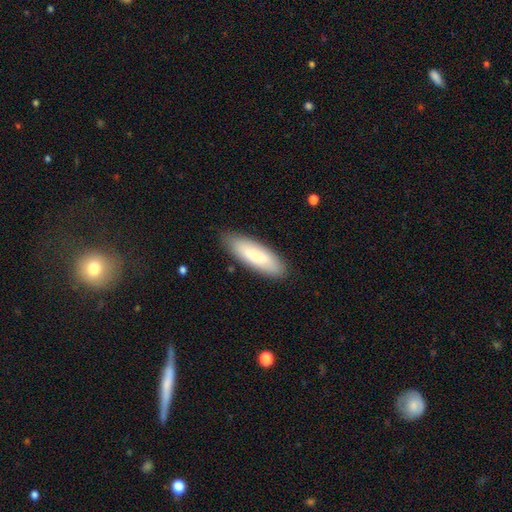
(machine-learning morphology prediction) smooth-or-featured: smooth: 79% | featured or disk: 16% | star or artifact: 6%
  how-rounded: in between: 51% | cigar-shaped: 48% | round: 2%
  merging: none: 86% | minor disturbance: 11% | major disturbance: 2% | merger: 1%